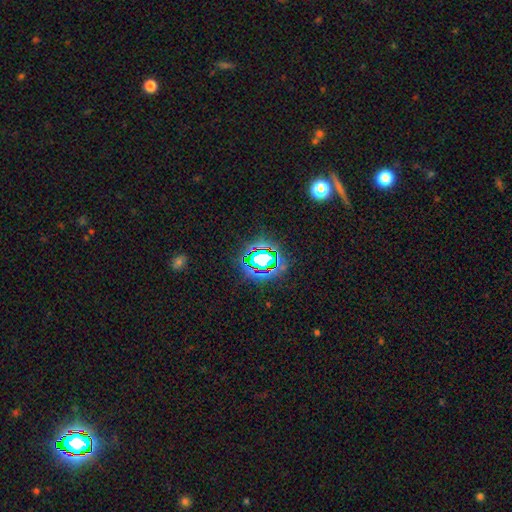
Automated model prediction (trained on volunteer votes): Smooth or featured?
  - star or artifact: 64% *
  - smooth: 23%
  - featured or disk: 13%